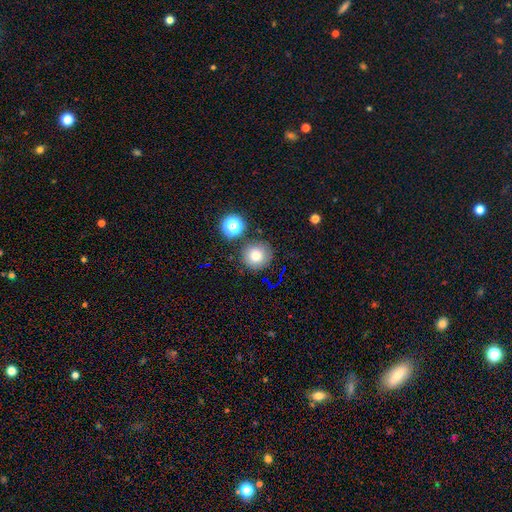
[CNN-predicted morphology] type=smooth (74%); roundness=round (93%); merging=none (81%).